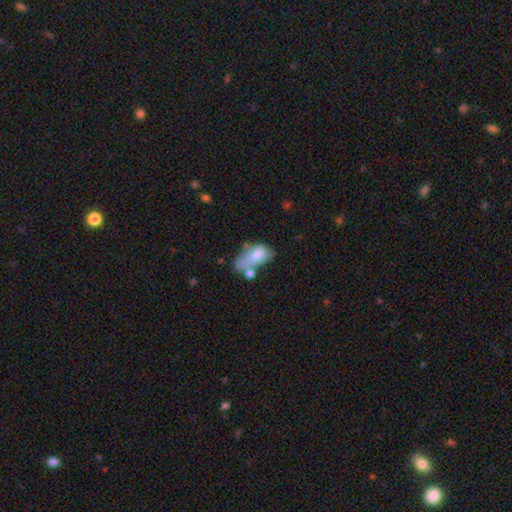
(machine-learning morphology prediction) Smooth or featured? Predicted: smooth (p=0.68). How rounded? Predicted: in between (p=0.87). Merging? Predicted: merger (p=0.29).